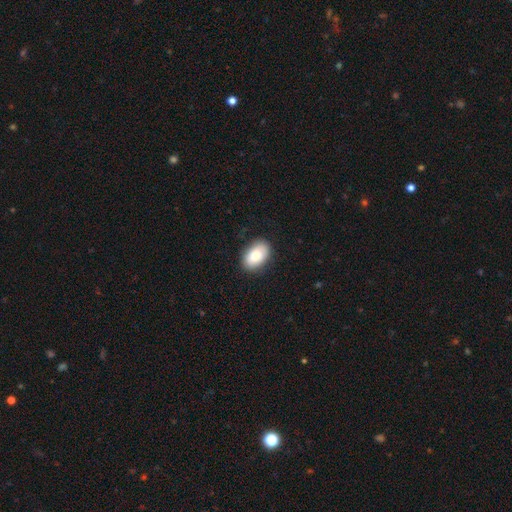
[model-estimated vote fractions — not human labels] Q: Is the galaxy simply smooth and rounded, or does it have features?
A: smooth — 86%.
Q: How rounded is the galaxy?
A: in between — 92%.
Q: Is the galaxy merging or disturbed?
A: none — 86%.